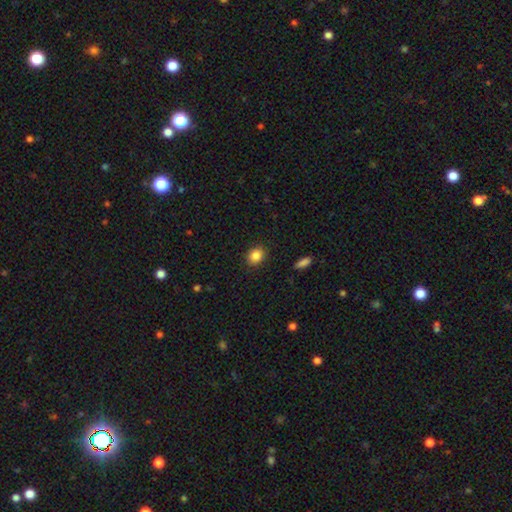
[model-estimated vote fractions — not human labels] Smooth or featured?
  - smooth: 85% *
  - star or artifact: 9%
  - featured or disk: 5%
How rounded?
  - round: 52% *
  - in between: 47%
  - cigar-shaped: 1%
Merging?
  - none: 89% *
  - minor disturbance: 8%
  - major disturbance: 2%
  - merger: 1%